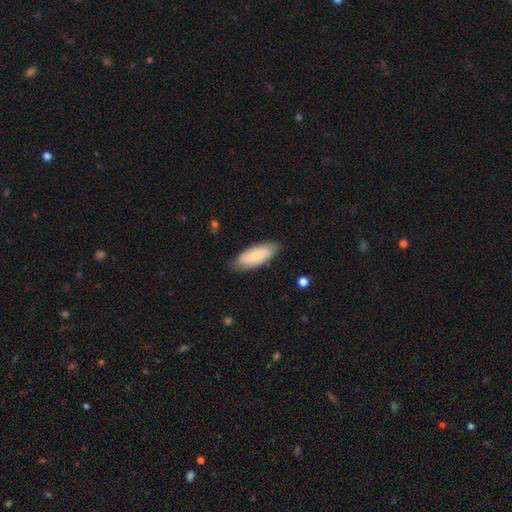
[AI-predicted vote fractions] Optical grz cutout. It shows a smooth galaxy with no disk features (64%) that is in between round and cigar-shaped (78%). Merging: none (80%).